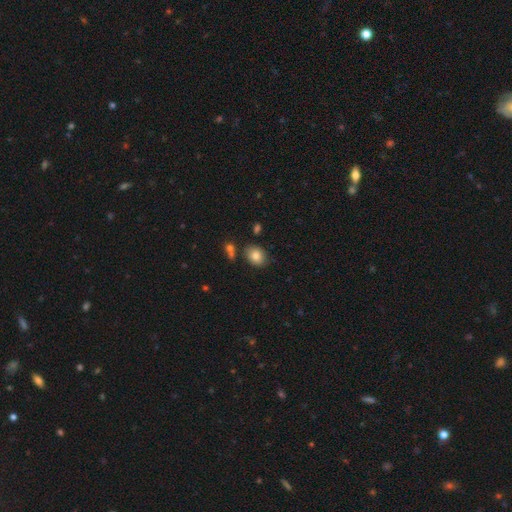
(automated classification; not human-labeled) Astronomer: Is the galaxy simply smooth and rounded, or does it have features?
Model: smooth — 82%.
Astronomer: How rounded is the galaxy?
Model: in between — 62%.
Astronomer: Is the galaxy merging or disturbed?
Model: none — 76%.